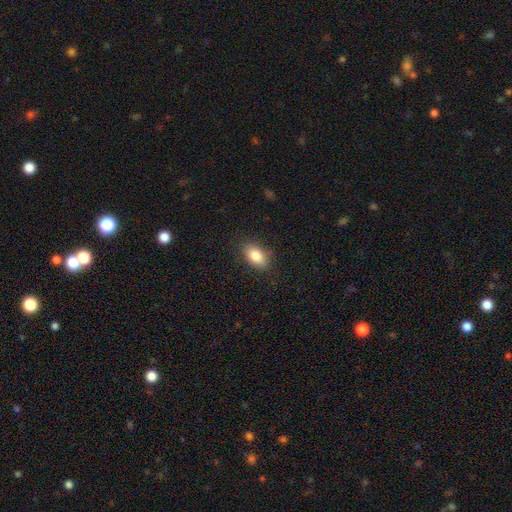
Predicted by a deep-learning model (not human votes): smooth_or_featured: smooth (p=0.83) [alt: featured or disk p=0.09]
how_rounded: in between (p=0.88) [alt: round p=0.10]
merging: none (p=0.85) [alt: minor disturbance p=0.11]